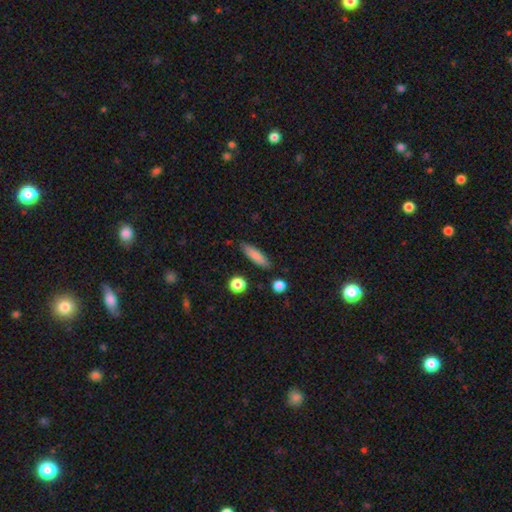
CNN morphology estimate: smooth 81%, featured or disk 12%, star or artifact 8%. Down the decision tree: how rounded — cigar-shaped (66%); merging — none (84%).